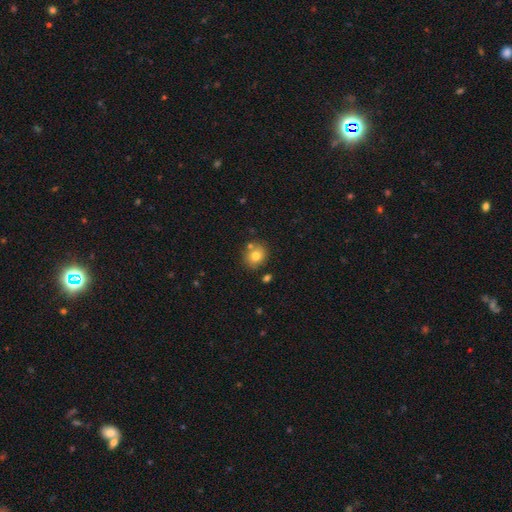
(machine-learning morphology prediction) smooth-or-featured: smooth: 77% | featured or disk: 12% | star or artifact: 11%
  how-rounded: round: 78% | in between: 21% | cigar-shaped: 1%
  merging: none: 75% | minor disturbance: 12% | merger: 11% | major disturbance: 3%